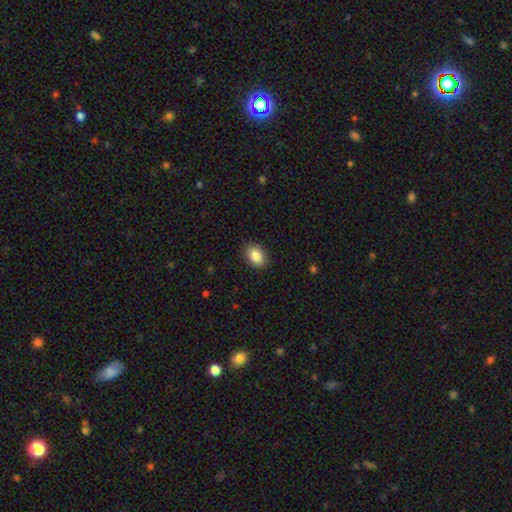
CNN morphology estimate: This is clearly a smooth galaxy (87%). How rounded: clearly in between (82%). Merging: clearly none (88%).